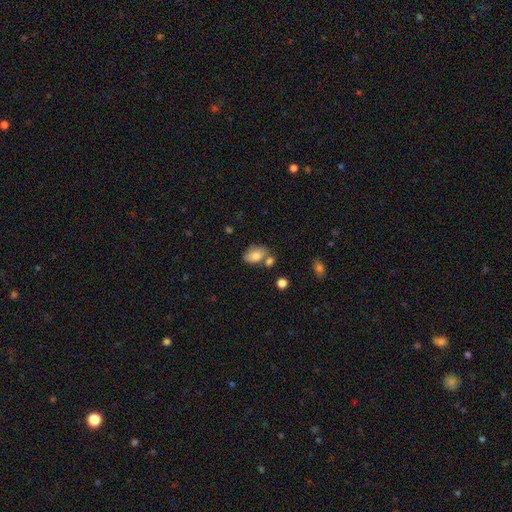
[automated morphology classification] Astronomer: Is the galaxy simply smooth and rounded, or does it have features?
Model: smooth — 76%.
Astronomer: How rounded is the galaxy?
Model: in between — 86%.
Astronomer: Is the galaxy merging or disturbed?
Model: none — 48% (runner-up: merger, 25%).